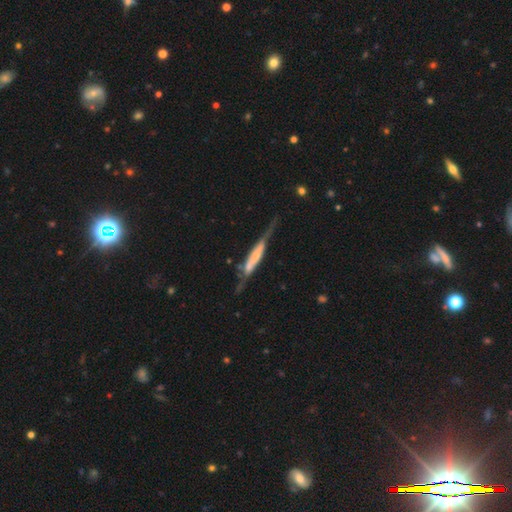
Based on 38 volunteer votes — Q: Smooth or featured?
A: featured or disk (71%); runner-up: smooth (29%)
Q: Edge-on disk?
A: yes (89%); runner-up: no (11%)
Q: Edge-on bulge?
A: boxy (62%); runner-up: none (25%)
Q: Merging?
A: none (45%); runner-up: major disturbance (32%)